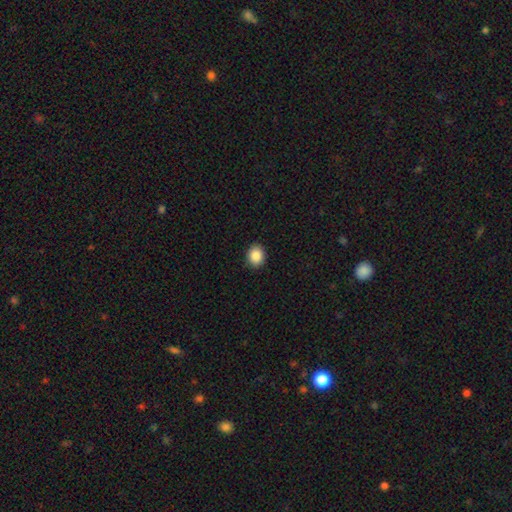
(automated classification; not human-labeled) Morphology: type=smooth (88%); roundness=round (57%); merging=none (90%).